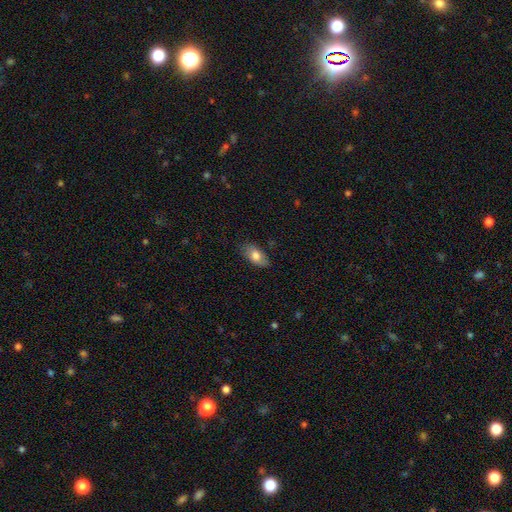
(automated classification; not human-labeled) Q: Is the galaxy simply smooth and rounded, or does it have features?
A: smooth — 78%.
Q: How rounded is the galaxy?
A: in between — 92%.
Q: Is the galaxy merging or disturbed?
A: none — 81%.